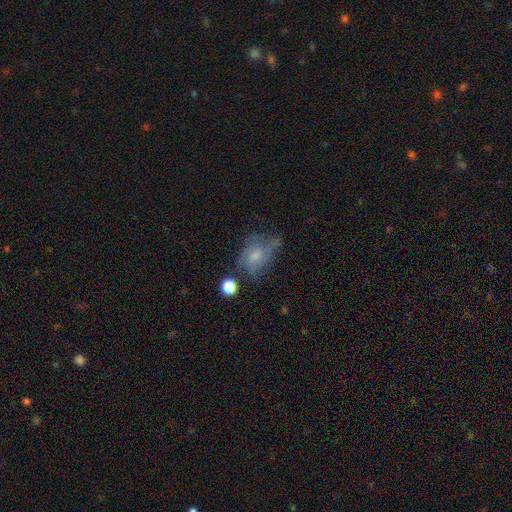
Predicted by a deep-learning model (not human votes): This appears to be a featured or disk galaxy (47%). Merging: none (40%).